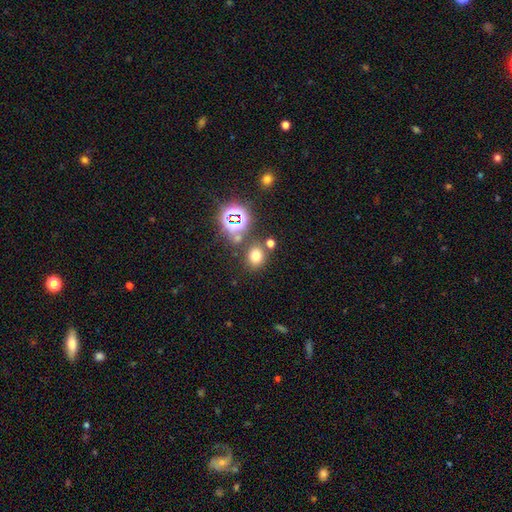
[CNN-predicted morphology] This appears to be a smooth galaxy with no disk features (67%) that is round (61%). Merging: none (74%).